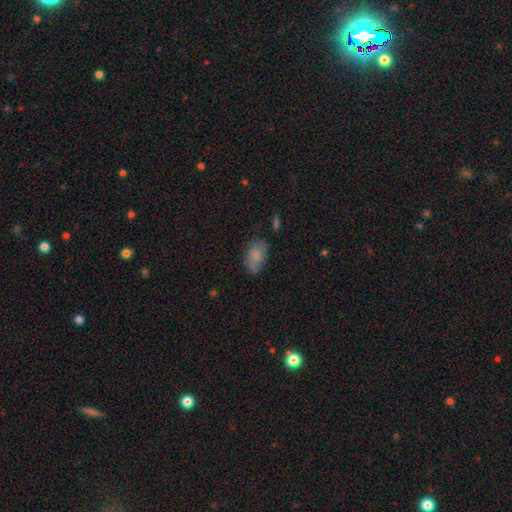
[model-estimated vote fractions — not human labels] smooth-or-featured: smooth: 78% | featured or disk: 14% | star or artifact: 8%
  how-rounded: in between: 91% | round: 7% | cigar-shaped: 2%
  merging: none: 65% | minor disturbance: 25% | major disturbance: 7% | merger: 3%